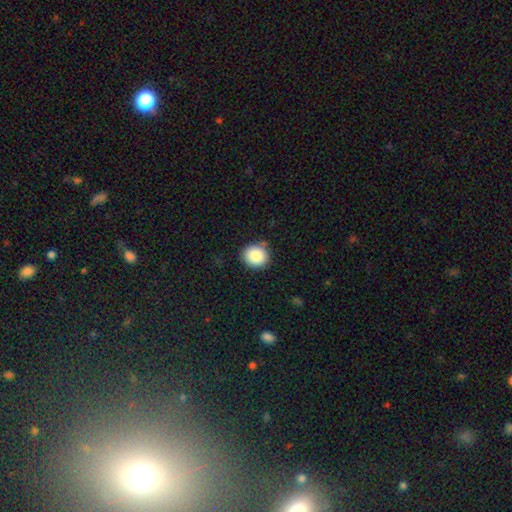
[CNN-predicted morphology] Overall: smooth (87%). How rounded: round (82%). Merging: none (84%).